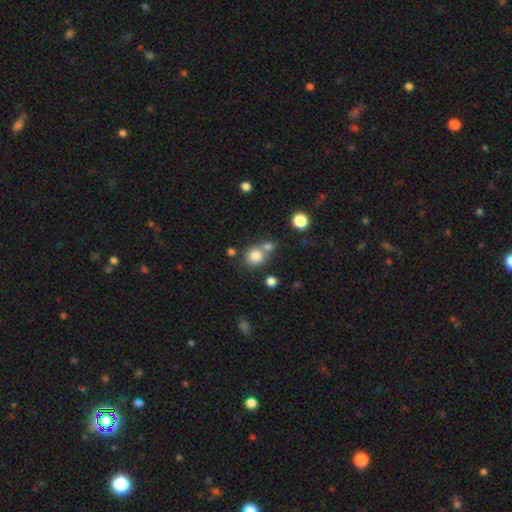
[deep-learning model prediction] A smooth galaxy with no disk features (81%) that is round (85%). Merging: none (57%).